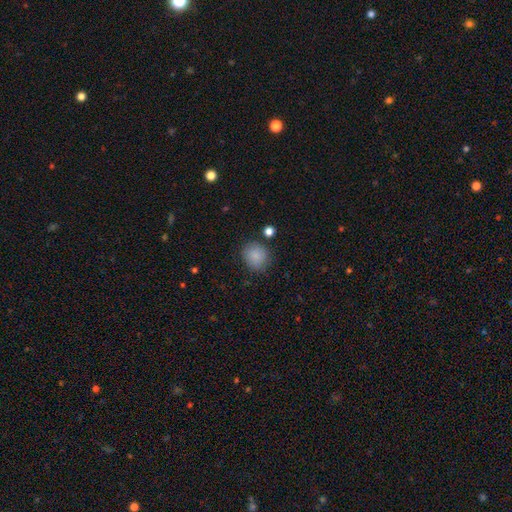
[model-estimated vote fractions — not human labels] A smooth galaxy with no disk features (86%) that is round (83%). Merging: none (83%).